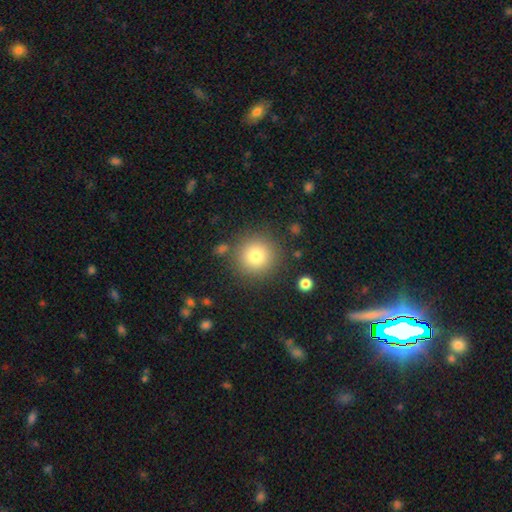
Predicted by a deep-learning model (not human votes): This is likely a smooth galaxy (79%). How rounded: clearly round (95%). Merging: clearly none (85%).